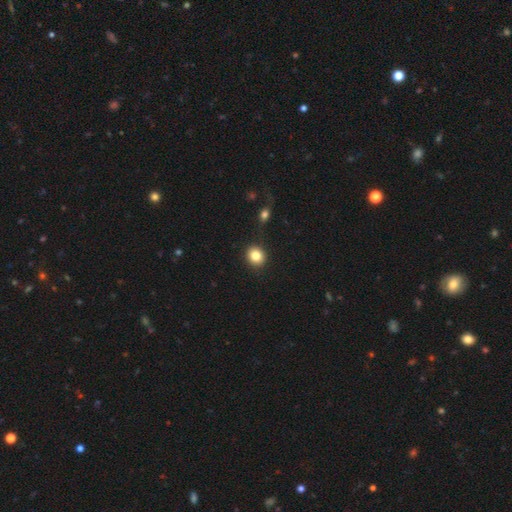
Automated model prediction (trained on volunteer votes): Q: Smooth or featured?
A: smooth (83%); runner-up: star or artifact (10%)
Q: How rounded?
A: round (78%); runner-up: in between (21%)
Q: Merging?
A: none (89%); runner-up: minor disturbance (7%)